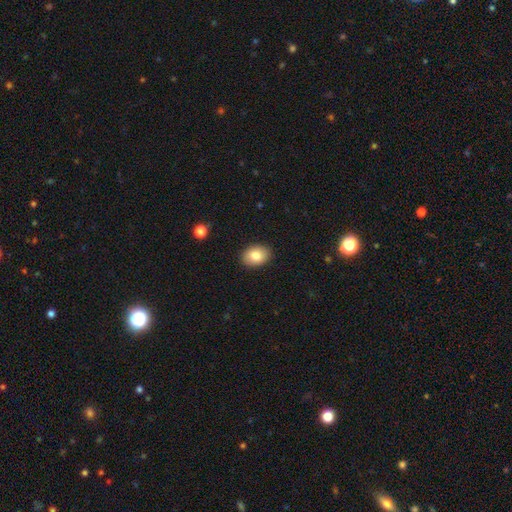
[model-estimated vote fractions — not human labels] Smooth or featured? Predicted: smooth (p=0.83). How rounded? Predicted: in between (p=0.76). Merging? Predicted: none (p=0.89).